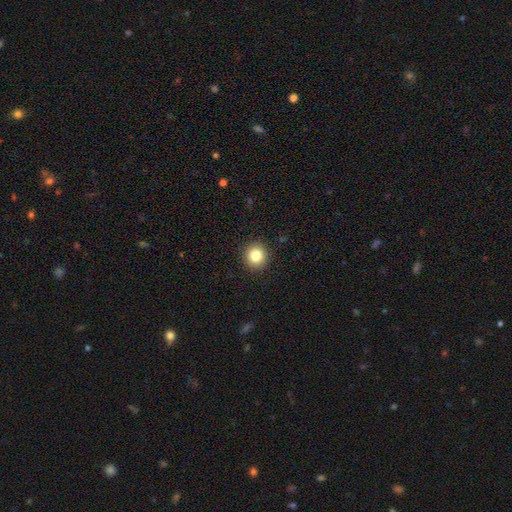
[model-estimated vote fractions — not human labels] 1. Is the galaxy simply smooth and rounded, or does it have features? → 84% smooth, 10% star or artifact, 6% featured or disk.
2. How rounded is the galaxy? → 90% round, 9% in between, 1% cigar-shaped.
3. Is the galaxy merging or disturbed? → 92% none, 5% minor disturbance, 2% major disturbance, 1% merger.